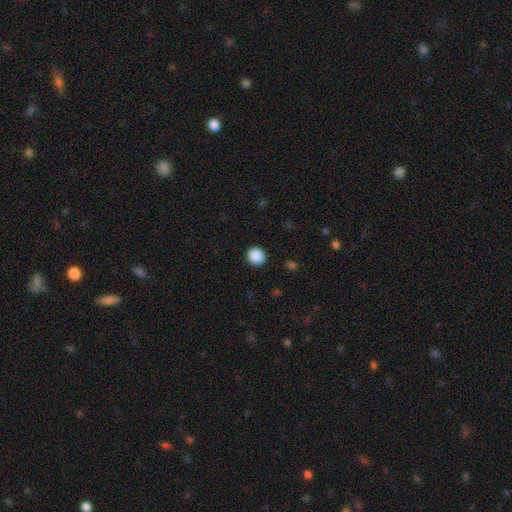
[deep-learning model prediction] The model was most divided on "how rounded": round: 89%, in between: 10%, cigar-shaped: 1%. More confident: merging — none (92%); smooth or featured — smooth (89%).